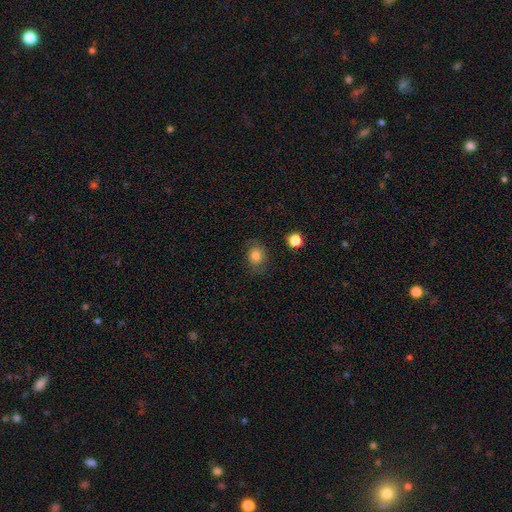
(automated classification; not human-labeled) This is likely a smooth galaxy (78%). How rounded: possibly round (59%). Merging: likely none (74%).